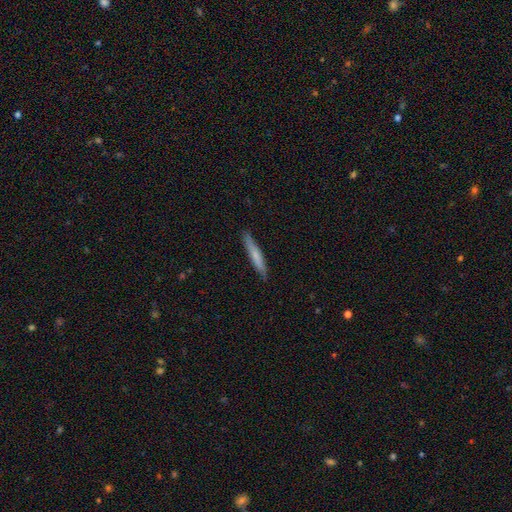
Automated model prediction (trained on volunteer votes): smooth 65%, featured or disk 29%, star or artifact 6%. Down the decision tree: how rounded — cigar-shaped (94%); merging — none (88%).